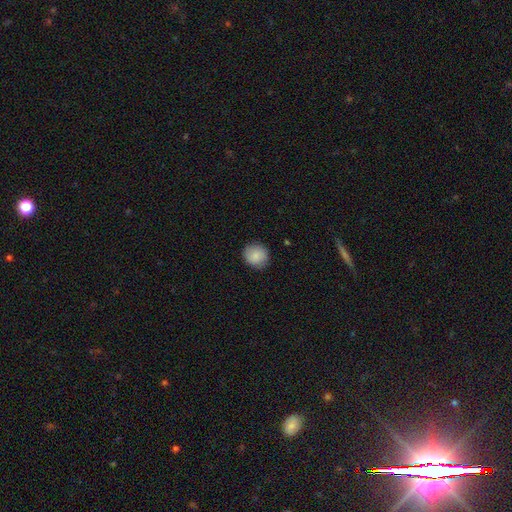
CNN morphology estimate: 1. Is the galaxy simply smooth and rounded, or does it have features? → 88% smooth, 8% star or artifact, 5% featured or disk.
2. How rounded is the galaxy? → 89% round, 10% in between, 1% cigar-shaped.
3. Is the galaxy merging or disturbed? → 88% none, 9% minor disturbance, 2% major disturbance, 1% merger.